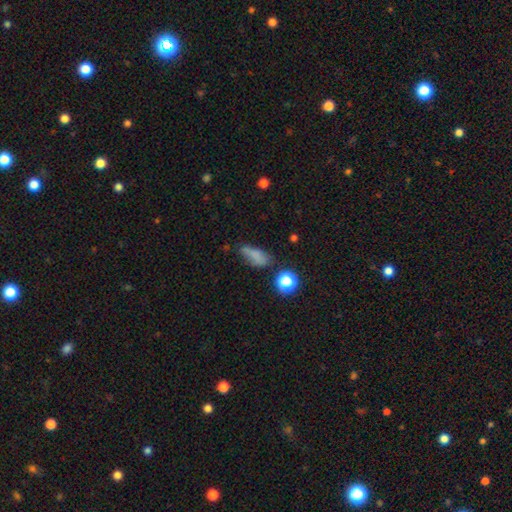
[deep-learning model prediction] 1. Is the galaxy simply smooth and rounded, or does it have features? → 72% smooth, 15% star or artifact, 13% featured or disk.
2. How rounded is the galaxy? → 71% in between, 21% cigar-shaped, 9% round.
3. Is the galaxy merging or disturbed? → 50% none, 29% minor disturbance, 14% major disturbance, 8% merger.